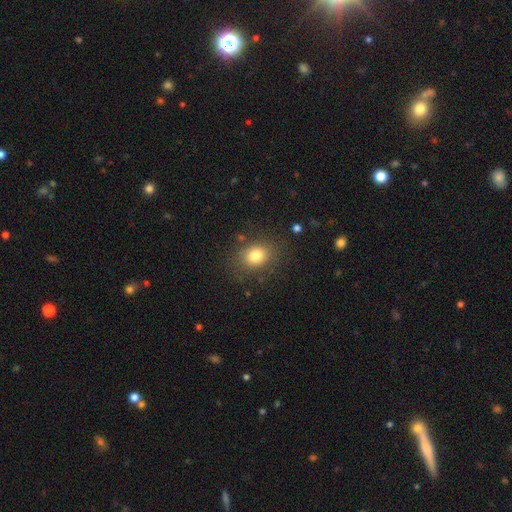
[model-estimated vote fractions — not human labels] smooth 80%, star or artifact 11%, featured or disk 9%. Down the decision tree: how rounded — in between (53%); merging — none (80%).